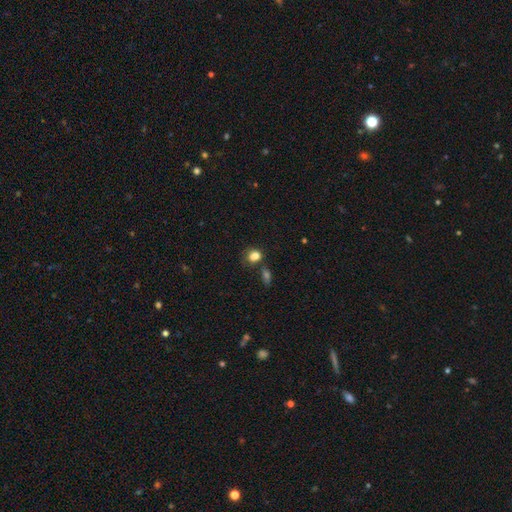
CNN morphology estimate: This appears to be a smooth galaxy with no disk features (82%) that is round (51%). Merging: none (55%).